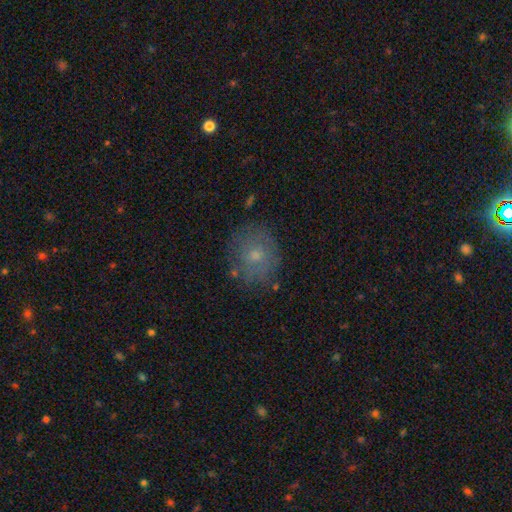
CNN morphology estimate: Smooth or featured: smooth — 58% (featured or disk — 30%)
How rounded: round — 75% (in between — 24%)
Merging: none — 76% (minor disturbance — 16%)